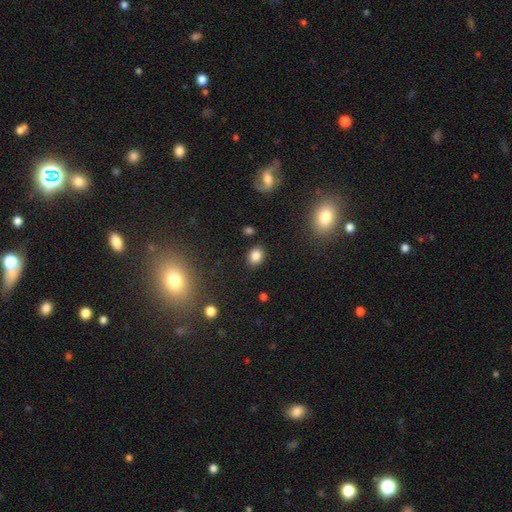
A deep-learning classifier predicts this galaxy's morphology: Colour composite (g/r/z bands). It shows a smooth galaxy with no disk features (82%) that is in between round and cigar-shaped (63%). Merging: none (85%).